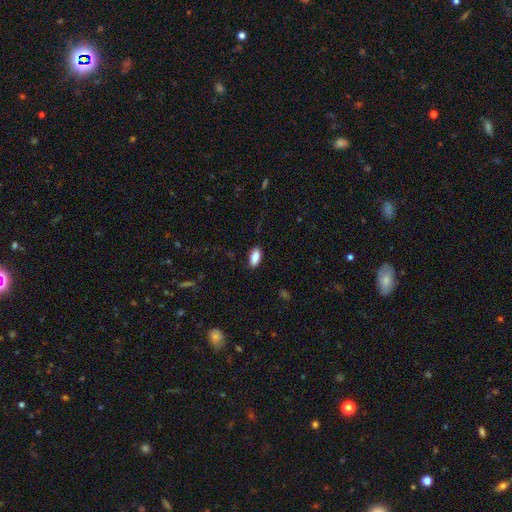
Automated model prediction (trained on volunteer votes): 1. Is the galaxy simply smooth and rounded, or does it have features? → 89% smooth, 7% star or artifact, 4% featured or disk.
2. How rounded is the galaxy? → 88% in between, 9% cigar-shaped, 2% round.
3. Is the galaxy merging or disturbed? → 87% none, 9% minor disturbance, 2% major disturbance, 1% merger.